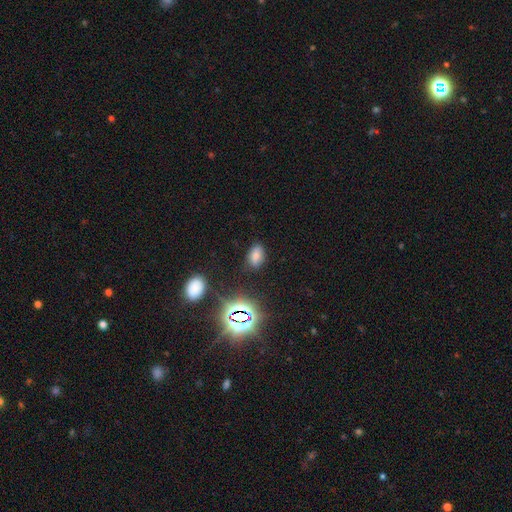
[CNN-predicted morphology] This is likely a smooth galaxy (70%). How rounded: clearly in between (90%). Merging: likely none (80%).